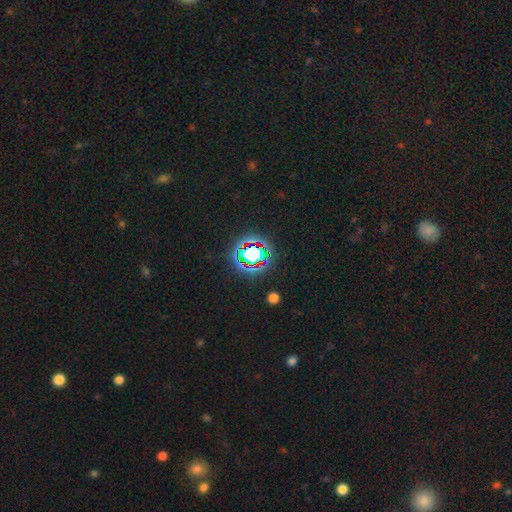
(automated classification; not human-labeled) Morphology: type=star or artifact (61%).